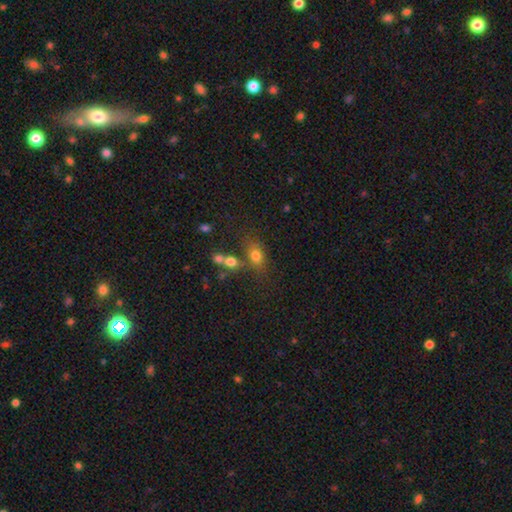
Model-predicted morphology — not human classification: Smooth or featured? smooth (74%)
How rounded? in between (65%)
Merging? none (53%)